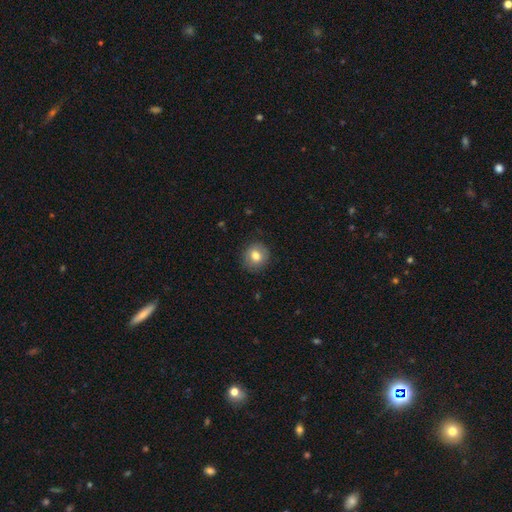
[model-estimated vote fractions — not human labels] Smooth or featured? smooth (79%)
How rounded? round (86%)
Merging? none (88%)